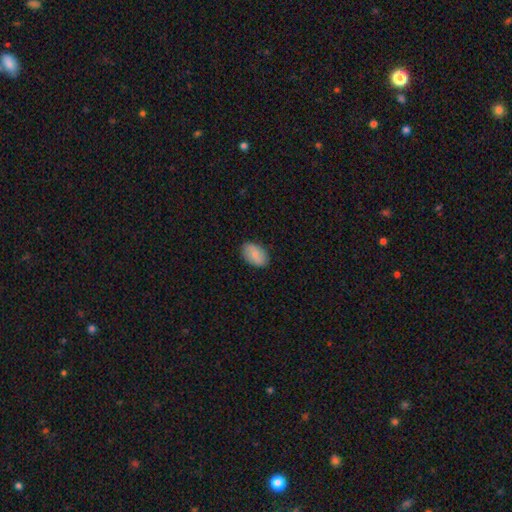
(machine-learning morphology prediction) This appears to be a smooth galaxy with no disk features (77%) that is in between round and cigar-shaped (91%). Merging: none (86%).